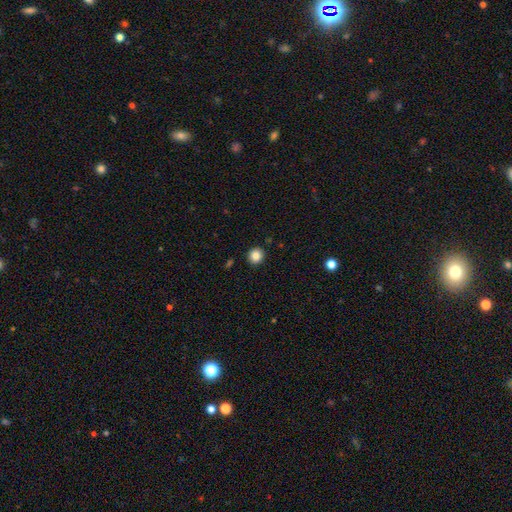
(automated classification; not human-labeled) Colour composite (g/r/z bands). It shows a smooth galaxy with no disk features (85%) that is round (91%). Merging: none (92%).